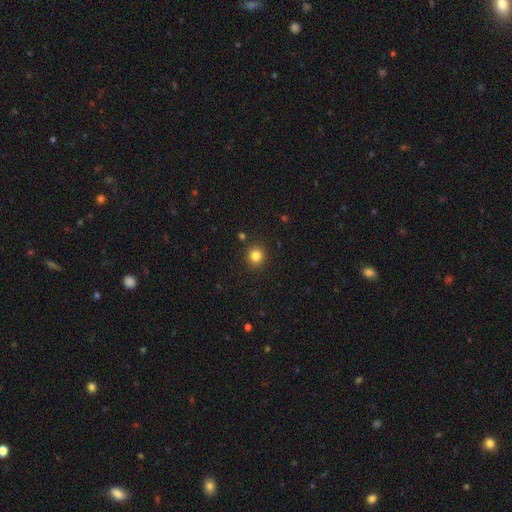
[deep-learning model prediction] Smooth or featured?
  - smooth: 83% *
  - star or artifact: 12%
  - featured or disk: 5%
How rounded?
  - round: 90% *
  - in between: 9%
  - cigar-shaped: 1%
Merging?
  - none: 90% *
  - minor disturbance: 6%
  - major disturbance: 2%
  - merger: 2%